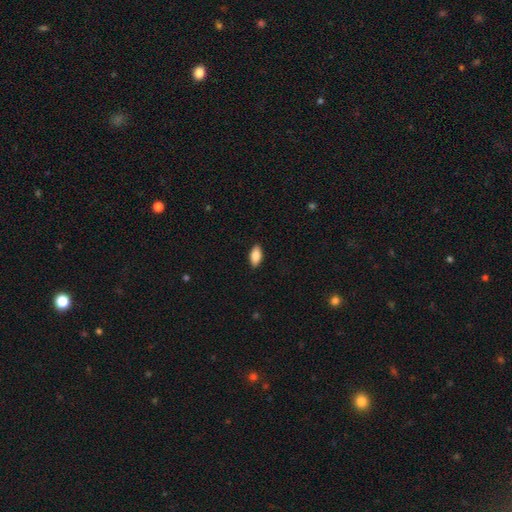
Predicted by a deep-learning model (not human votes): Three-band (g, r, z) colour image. It shows a smooth galaxy with no disk features (85%) that is in between round and cigar-shaped (91%). Merging: none (90%).